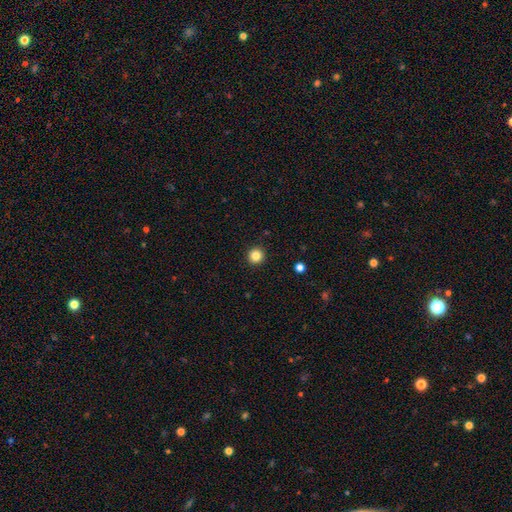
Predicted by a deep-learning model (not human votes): A smooth galaxy with no disk features (84%) that is round (95%). Merging: none (93%).